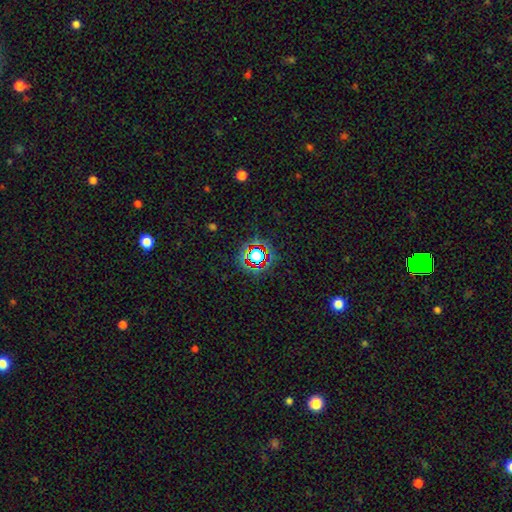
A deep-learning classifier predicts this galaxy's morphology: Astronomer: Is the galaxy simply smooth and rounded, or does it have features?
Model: star or artifact — 68%.